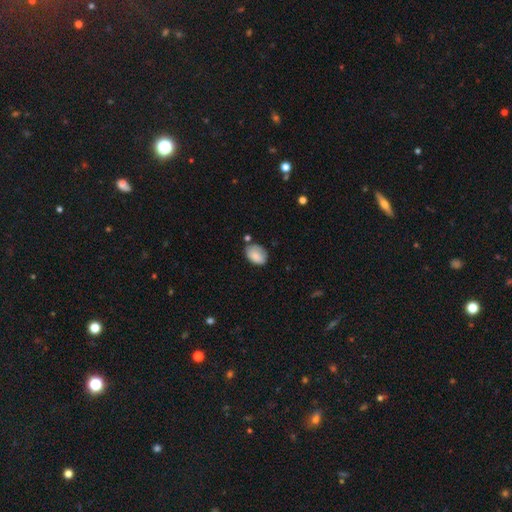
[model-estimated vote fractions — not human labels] Smooth or featured?
  - smooth: 82% *
  - featured or disk: 10%
  - star or artifact: 7%
How rounded?
  - in between: 83% *
  - round: 16%
  - cigar-shaped: 1%
Merging?
  - none: 58% *
  - minor disturbance: 28%
  - merger: 8%
  - major disturbance: 7%